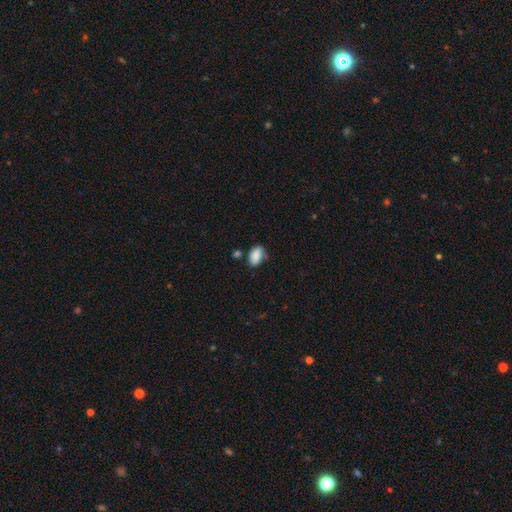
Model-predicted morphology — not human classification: Smooth or featured? Predicted: smooth (p=0.85). How rounded? Predicted: in between (p=0.89). Merging? Predicted: none (p=0.61).